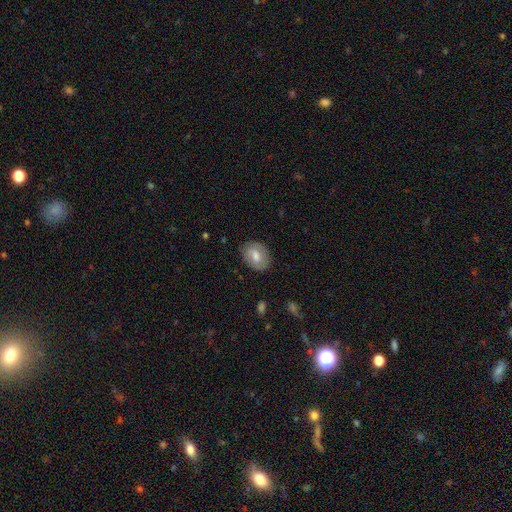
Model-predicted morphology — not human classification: Smooth or featured: smooth — 67% (featured or disk — 25%)
How rounded: in between — 66% (round — 33%)
Merging: none — 83% (minor disturbance — 13%)